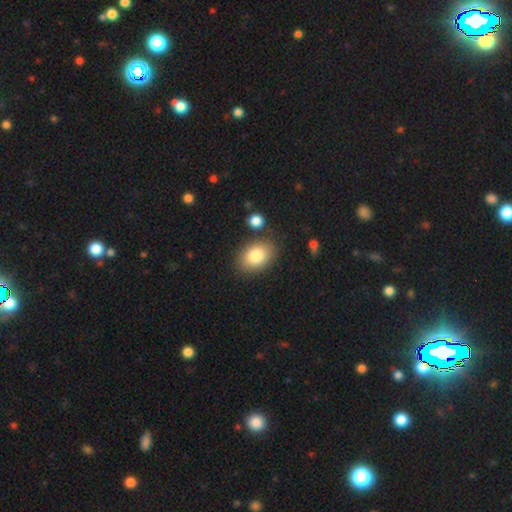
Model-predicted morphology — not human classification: smooth-or-featured: smooth: 83% | featured or disk: 9% | star or artifact: 7%
  how-rounded: in between: 85% | round: 14% | cigar-shaped: 1%
  merging: none: 81% | minor disturbance: 11% | merger: 5% | major disturbance: 3%